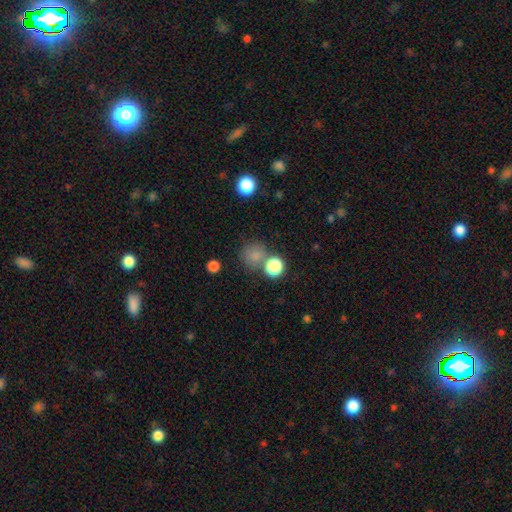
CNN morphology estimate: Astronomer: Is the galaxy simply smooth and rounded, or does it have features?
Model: smooth — 78%.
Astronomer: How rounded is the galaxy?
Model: round — 86%.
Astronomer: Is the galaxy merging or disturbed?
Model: none — 63%.